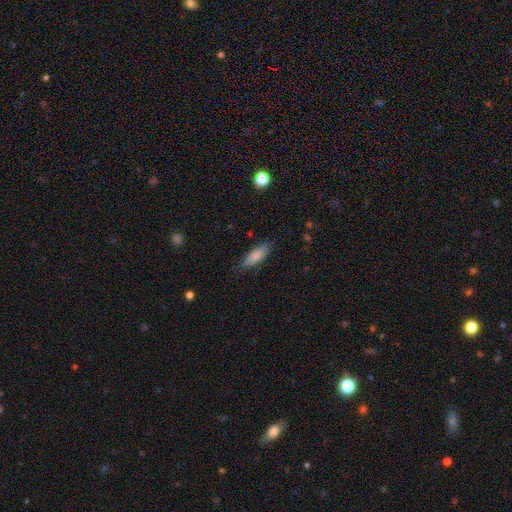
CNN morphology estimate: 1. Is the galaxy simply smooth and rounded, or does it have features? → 84% smooth, 10% featured or disk, 6% star or artifact.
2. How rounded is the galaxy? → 51% in between, 47% cigar-shaped, 2% round.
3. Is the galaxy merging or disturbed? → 82% none, 14% minor disturbance, 3% major disturbance, 1% merger.